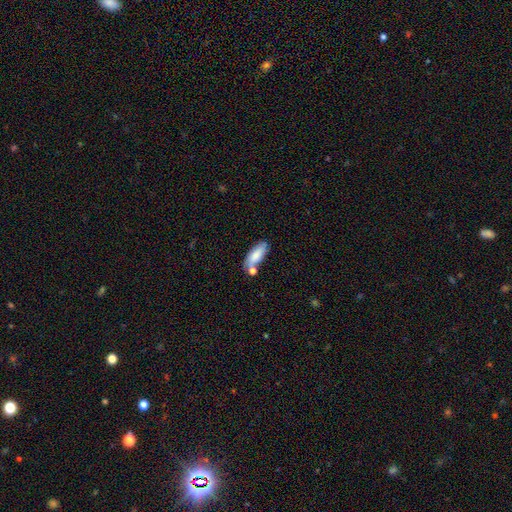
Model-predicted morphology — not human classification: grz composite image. It shows a smooth galaxy with no disk features (80%) that is in between round and cigar-shaped (72%). Merging: none (58%).